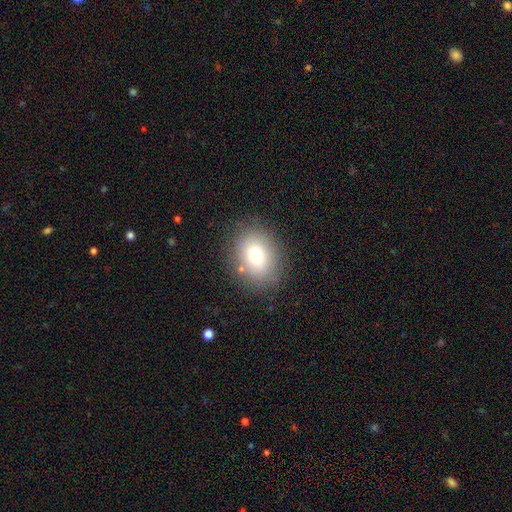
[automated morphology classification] A smooth galaxy with no disk features (75%) that is in between round and cigar-shaped (56%). Merging: none (80%).